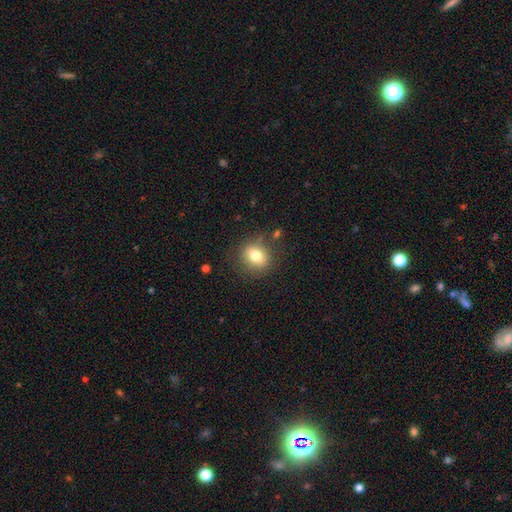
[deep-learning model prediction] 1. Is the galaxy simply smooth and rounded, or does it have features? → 76% smooth, 13% featured or disk, 11% star or artifact.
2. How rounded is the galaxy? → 65% round, 33% in between, 1% cigar-shaped.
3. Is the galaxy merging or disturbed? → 82% none, 12% minor disturbance, 4% major disturbance, 2% merger.